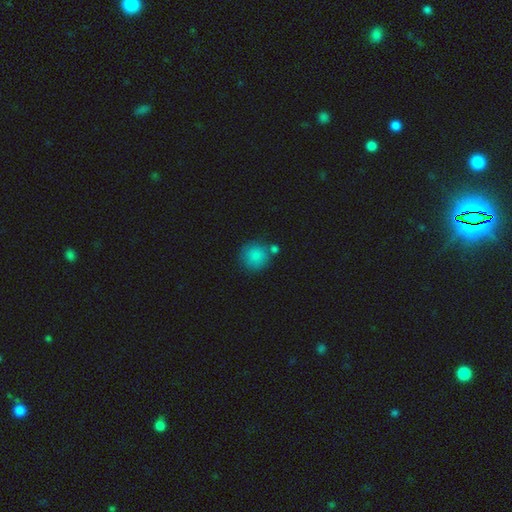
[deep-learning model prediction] This is clearly a smooth galaxy (85%). How rounded: clearly round (92%). Merging: likely none (70%).